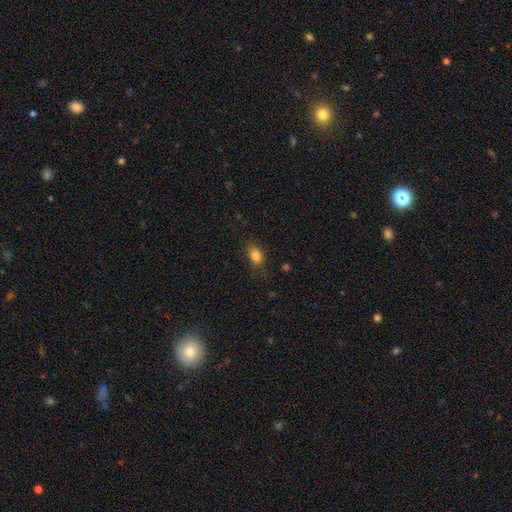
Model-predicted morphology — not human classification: This is clearly a smooth galaxy (83%). How rounded: likely in between (72%). Merging: likely none (80%).